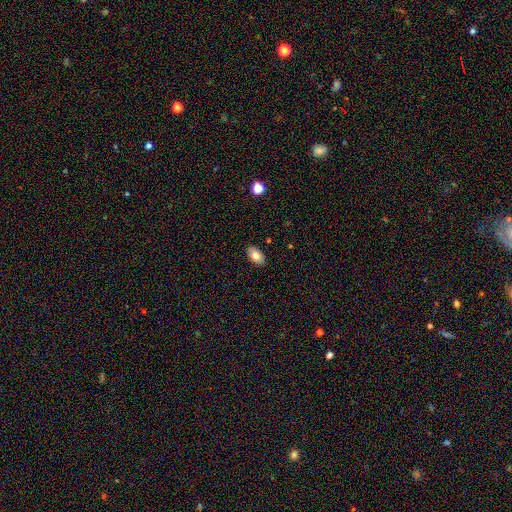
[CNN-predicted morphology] Smooth or featured: smooth — 77% (featured or disk — 15%)
How rounded: in between — 94% (round — 4%)
Merging: none — 88% (minor disturbance — 9%)